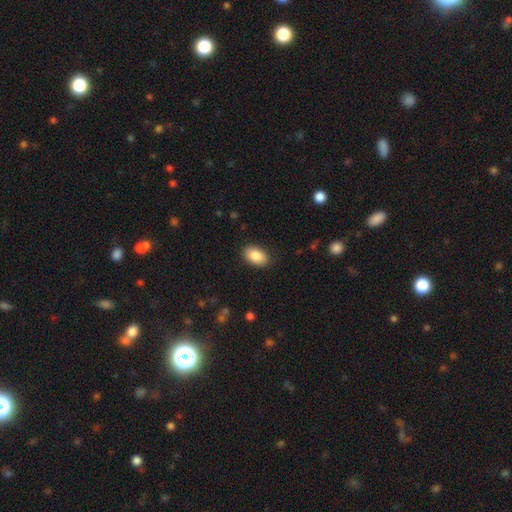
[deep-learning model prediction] This appears to be a smooth galaxy with no disk features (87%) that is in between round and cigar-shaped (92%). Merging: none (88%).